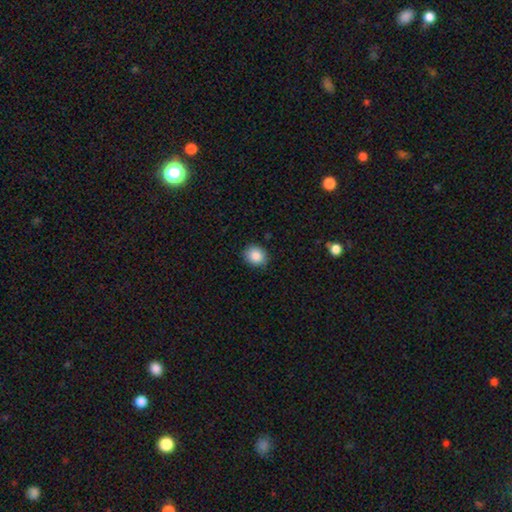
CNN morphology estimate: Smooth or featured? smooth (87%)
How rounded? round (69%)
Merging? none (86%)